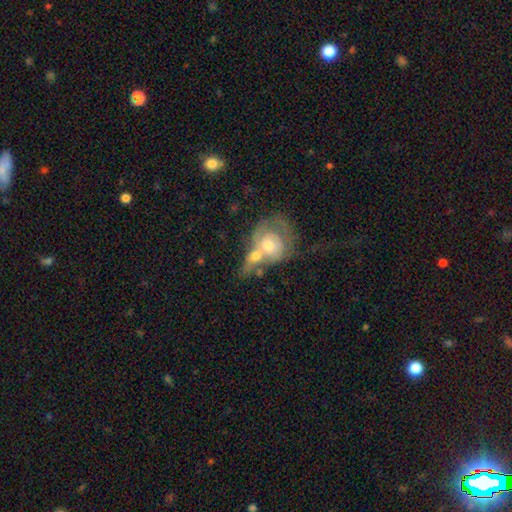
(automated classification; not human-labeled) Smooth or featured?
  - featured or disk: 52% *
  - smooth: 42%
  - star or artifact: 6%
Edge-on disk?
  - no: 92% *
  - yes: 8%
Merging?
  - merger: 72% *
  - none: 13%
  - major disturbance: 8%
  - minor disturbance: 8%